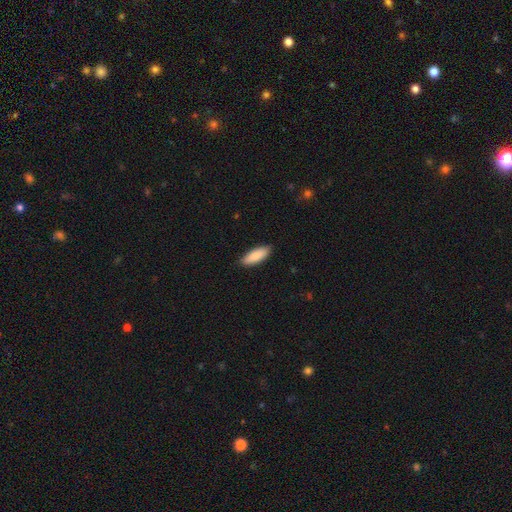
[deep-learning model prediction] smooth_or_featured: smooth (p=0.88) [alt: featured or disk p=0.07]
how_rounded: in between (p=0.67) [alt: cigar-shaped p=0.31]
merging: none (p=0.89) [alt: minor disturbance p=0.08]